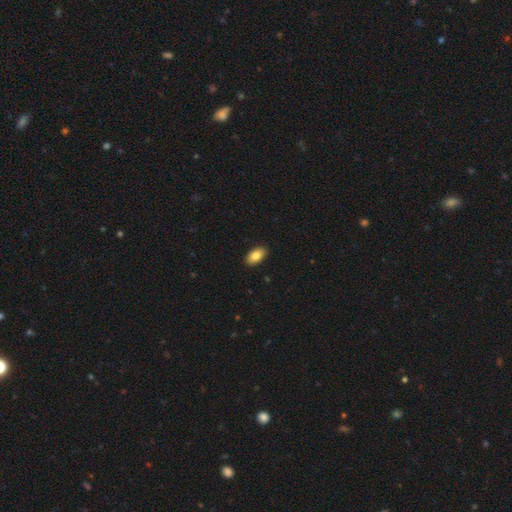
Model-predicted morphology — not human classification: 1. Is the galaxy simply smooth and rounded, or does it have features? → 85% smooth, 8% featured or disk, 7% star or artifact.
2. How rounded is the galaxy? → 94% in between, 4% round, 3% cigar-shaped.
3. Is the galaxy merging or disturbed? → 90% none, 7% minor disturbance, 2% major disturbance, 1% merger.